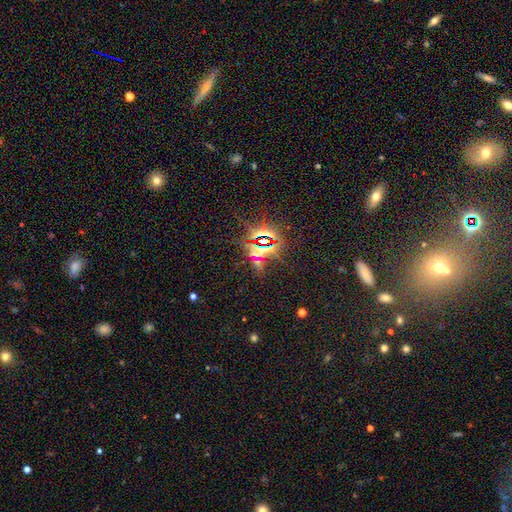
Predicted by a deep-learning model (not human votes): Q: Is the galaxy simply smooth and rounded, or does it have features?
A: star or artifact — 81%.